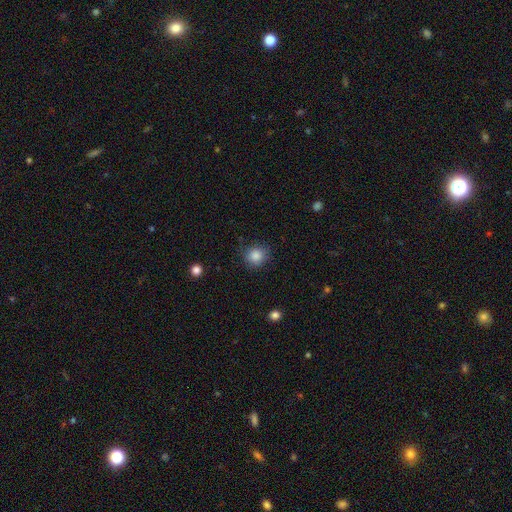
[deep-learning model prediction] Smooth or featured? Predicted: smooth (p=0.86). How rounded? Predicted: round (p=0.86). Merging? Predicted: none (p=0.80).